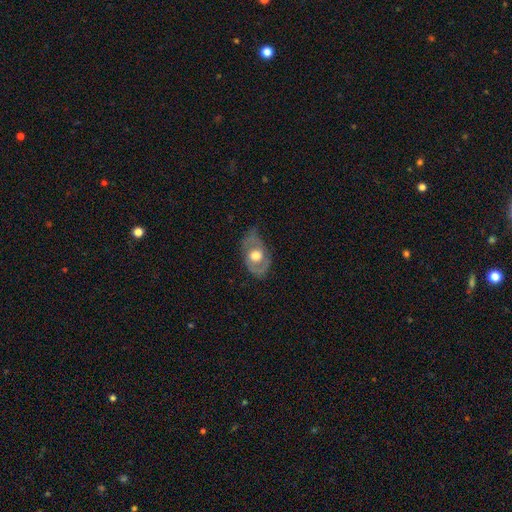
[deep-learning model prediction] featured or disk 55%, smooth 39%, star or artifact 6%. Down the decision tree: edge-on disk — no (90%); merging — none (54%).